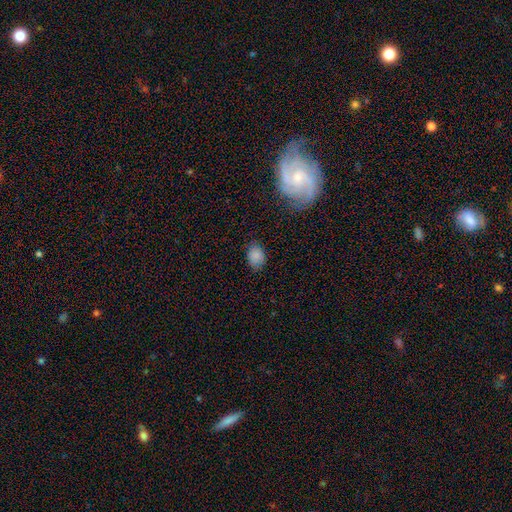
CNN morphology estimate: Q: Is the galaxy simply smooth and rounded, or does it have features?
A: smooth — 83%.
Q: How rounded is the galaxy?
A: in between — 72%.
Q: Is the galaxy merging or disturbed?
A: none — 76%.